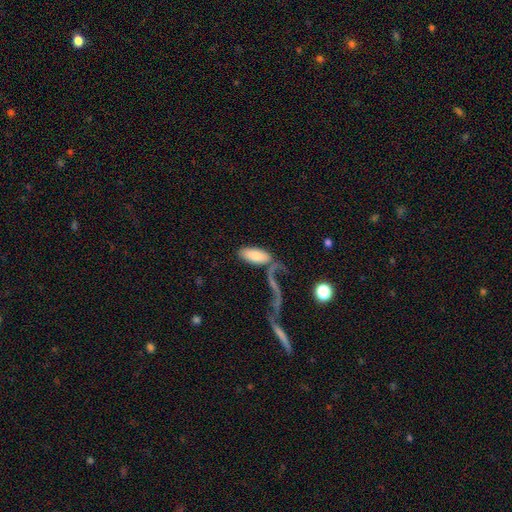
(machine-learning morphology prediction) A smooth galaxy with no disk features (77%) that is in between round and cigar-shaped (89%).

Vote fractions:
- Smooth or featured? smooth: 77% / featured or disk: 17% / star or artifact: 6%
- How rounded? in between: 89% / cigar-shaped: 9% / round: 2%
- Merging? none: 42% / merger: 32% / major disturbance: 13% / minor disturbance: 13%